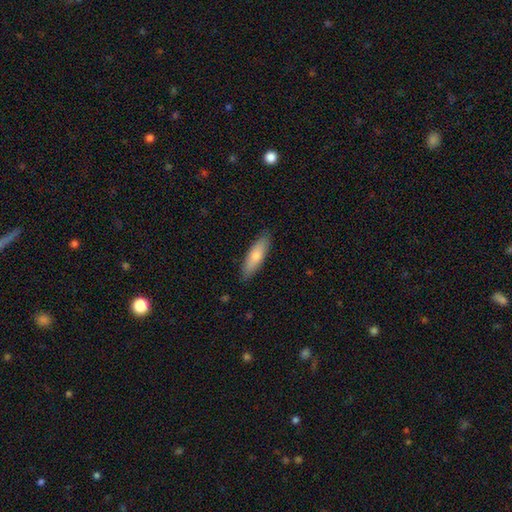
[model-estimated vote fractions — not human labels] smooth 73%, featured or disk 22%, star or artifact 6%. Down the decision tree: how rounded — cigar-shaped (59%); merging — none (88%).